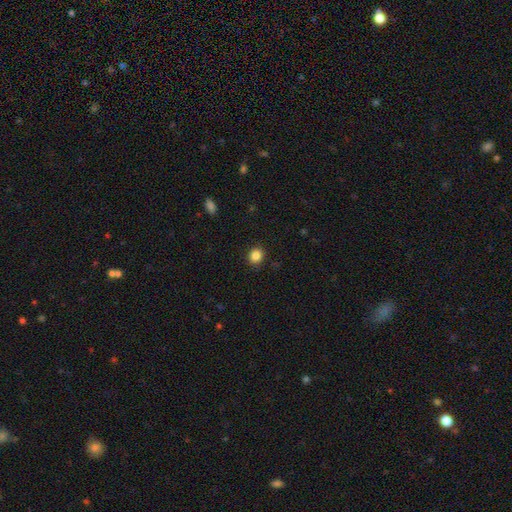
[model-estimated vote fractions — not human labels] Q: Smooth or featured?
A: smooth (86%); runner-up: star or artifact (11%)
Q: How rounded?
A: round (78%); runner-up: in between (21%)
Q: Merging?
A: none (90%); runner-up: minor disturbance (7%)